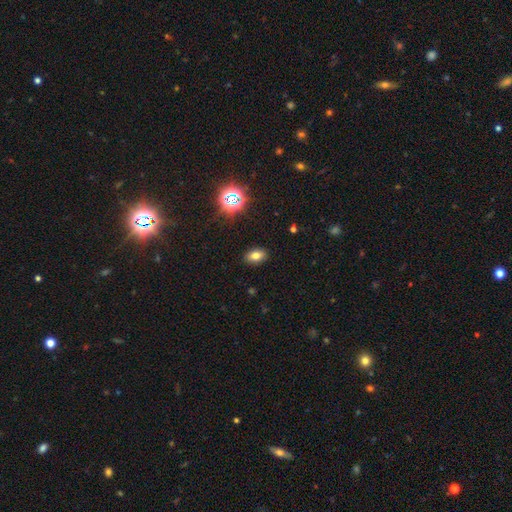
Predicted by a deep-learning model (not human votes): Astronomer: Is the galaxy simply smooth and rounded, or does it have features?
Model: smooth — 72%.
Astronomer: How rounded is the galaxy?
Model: in between — 85%.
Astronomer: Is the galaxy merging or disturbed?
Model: none — 89%.